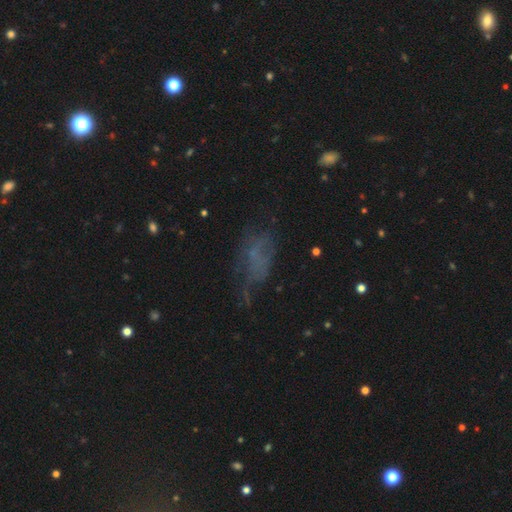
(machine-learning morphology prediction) Smooth or featured?
  - smooth: 41% *
  - featured or disk: 32%
  - star or artifact: 28%
Merging?
  - none: 43% *
  - major disturbance: 29%
  - minor disturbance: 24%
  - merger: 3%